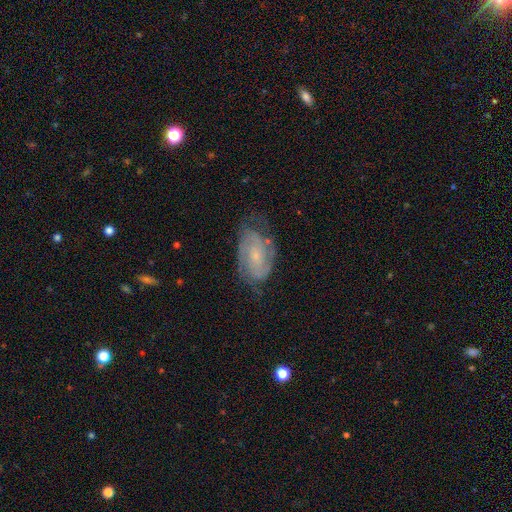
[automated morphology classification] Smooth or featured: featured or disk — 77% (smooth — 16%)
Edge-on disk: no — 96% (yes — 4%)
Bar: no — 58% (weak — 35%)
Spiral arms: yes — 93% (no — 7%)
Spiral winding: tight — 53% (medium — 37%)
Spiral arm count: 2 — 58% (can't tell — 24%)
Bulge size: small — 70% (moderate — 21%)
Merging: none — 65% (minor disturbance — 23%)